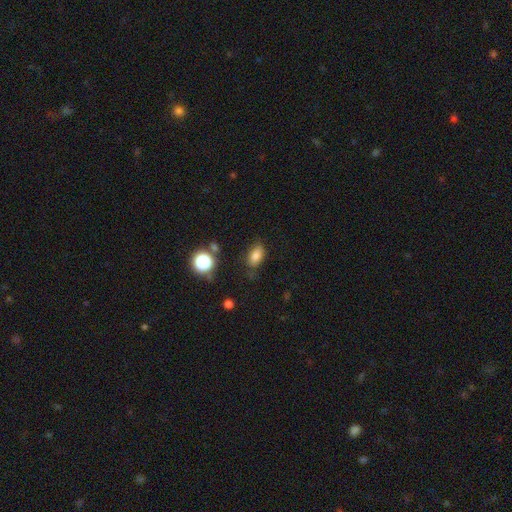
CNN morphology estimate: Overall: smooth (80%). How rounded: in between (87%). Merging: none (75%).